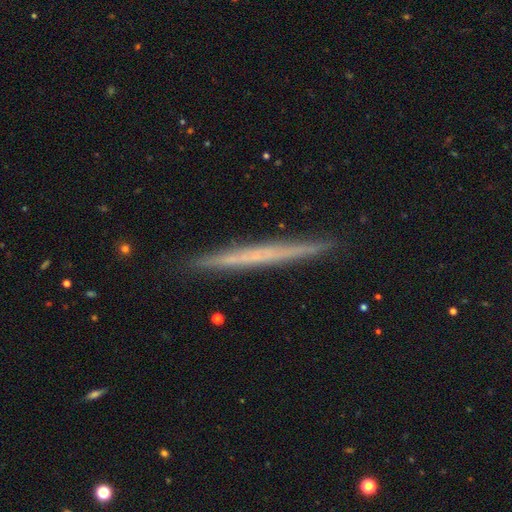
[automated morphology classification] Smooth or featured? featured or disk (52%)
Edge-on disk? yes (97%)
Edge-on bulge? none (93%)
Merging? none (91%)